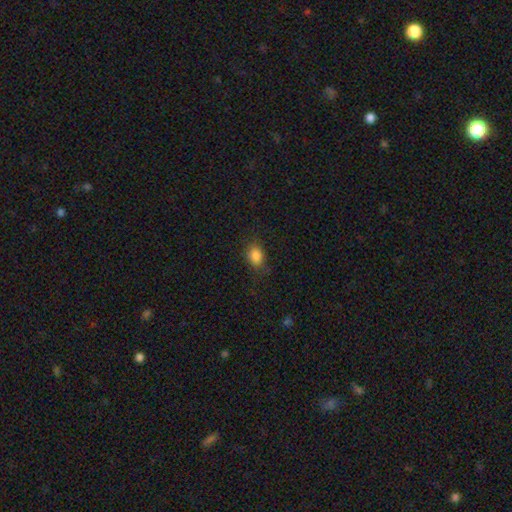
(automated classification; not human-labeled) Smooth or featured?
  - smooth: 84% *
  - star or artifact: 11%
  - featured or disk: 5%
How rounded?
  - in between: 59% *
  - round: 39%
  - cigar-shaped: 1%
Merging?
  - none: 78% *
  - minor disturbance: 16%
  - major disturbance: 5%
  - merger: 1%